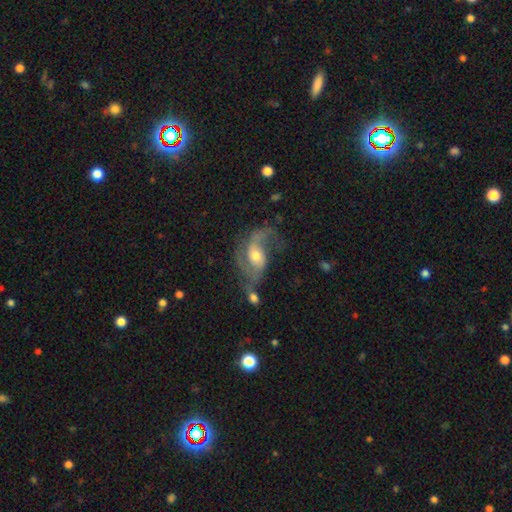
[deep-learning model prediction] This is clearly a featured or disk galaxy (82%). It is clearly not viewed edge-on (97%). Bar: possibly no (46%). Spiral arm pattern: clearly yes (92%). Spiral arm count: likely 2 (77%). Spiral winding: possibly loose (53%). Central bulge: likely moderate (62%). Merging: marginally none (40%).